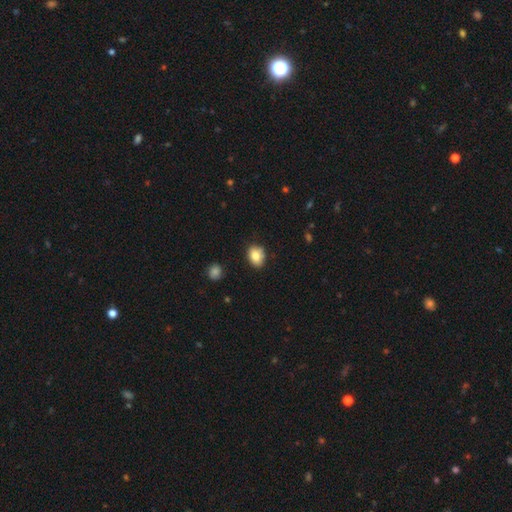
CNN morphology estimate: This appears to be a smooth galaxy with no disk features (82%) that is in between round and cigar-shaped (67%). Merging: none (77%).